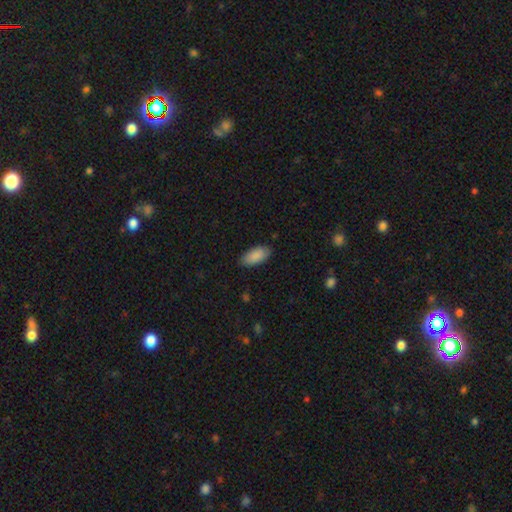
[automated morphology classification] Smooth or featured? Predicted: smooth (p=0.89). How rounded? Predicted: in between (p=0.91). Merging? Predicted: none (p=0.87).